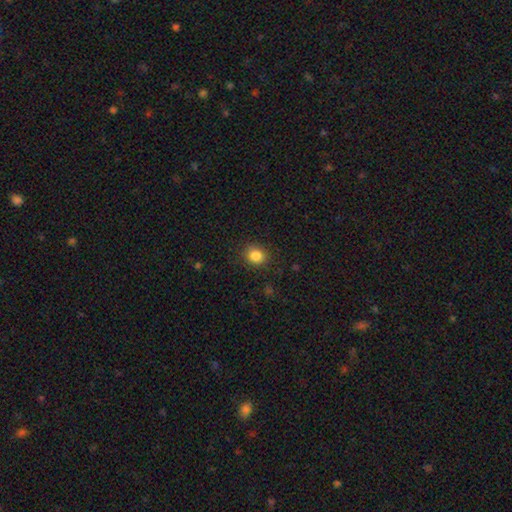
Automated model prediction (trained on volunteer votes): Overall: smooth (85%). How rounded: round (74%). Merging: none (88%).